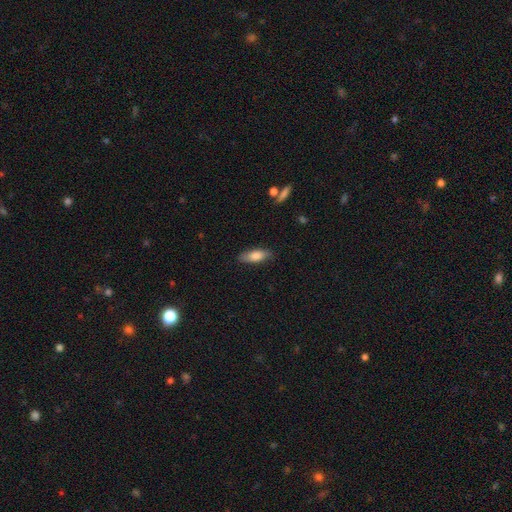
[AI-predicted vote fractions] The model was most divided on "how rounded": in between: 68%, cigar-shaped: 30%, round: 2%. More confident: merging — none (82%); smooth or featured — smooth (80%).